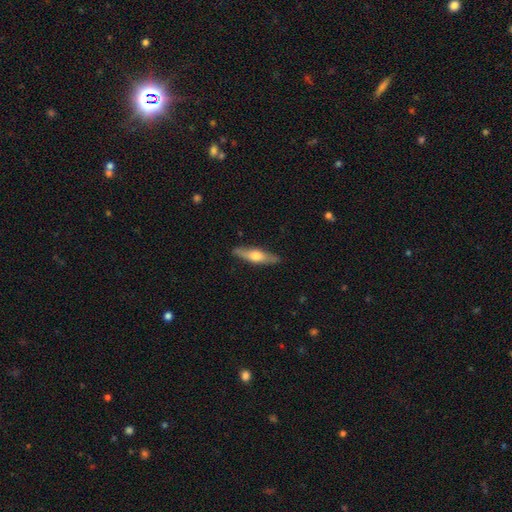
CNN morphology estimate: Smooth or featured? Predicted: featured or disk (p=0.51). Edge-on disk? Predicted: yes (p=0.90). Merging? Predicted: none (p=0.88).